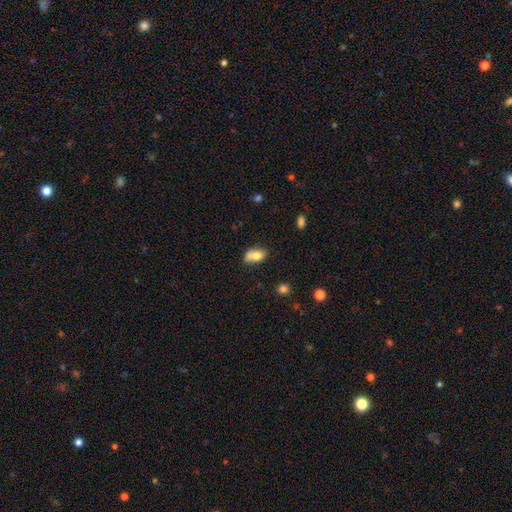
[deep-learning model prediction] A smooth galaxy with no disk features (73%) that is in between round and cigar-shaped (85%). Merging: none (45%).